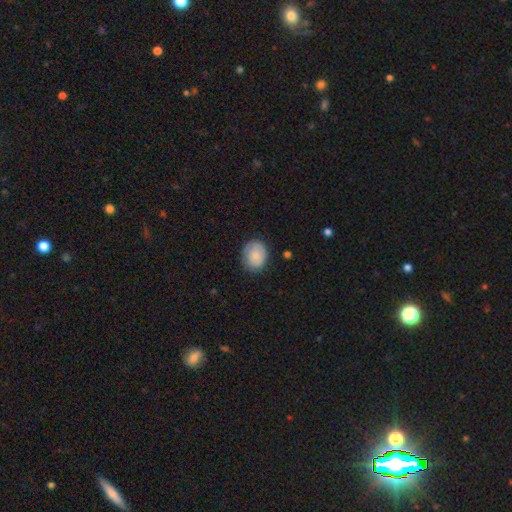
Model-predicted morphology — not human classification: Smooth or featured: smooth — 80% (featured or disk — 13%)
How rounded: in between — 51% (round — 48%)
Merging: none — 80% (minor disturbance — 16%)